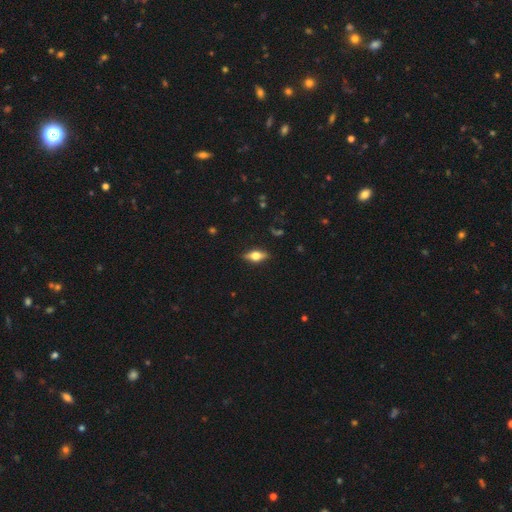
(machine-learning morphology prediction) featured or disk 56%, smooth 36%, star or artifact 8%. Down the decision tree: edge-on disk — yes (92%); edge-on bulge — rounded (94%); merging — none (87%).